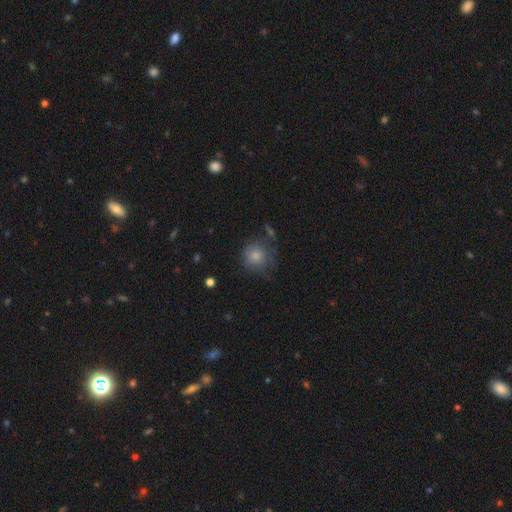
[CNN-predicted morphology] smooth 80%, featured or disk 11%, star or artifact 8%. Down the decision tree: how rounded — round (90%); merging — none (56%).